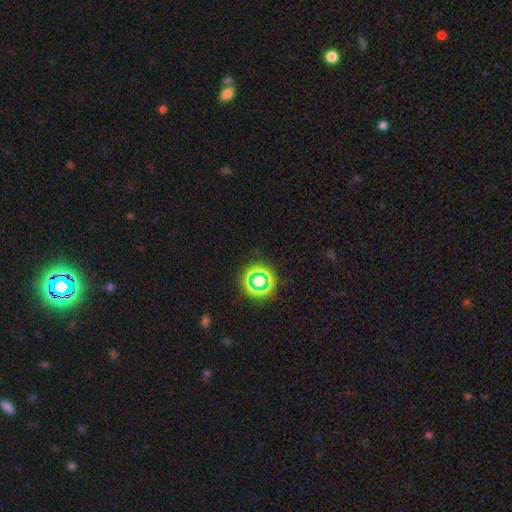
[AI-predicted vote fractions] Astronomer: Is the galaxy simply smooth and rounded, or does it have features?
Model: star or artifact — 68%.